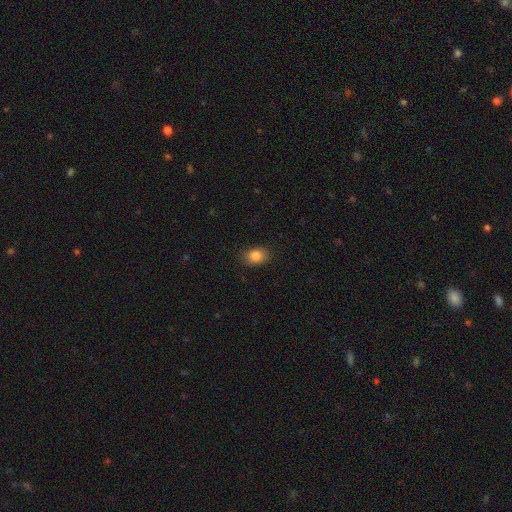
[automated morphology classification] Smooth or featured?
  - smooth: 84% *
  - star or artifact: 10%
  - featured or disk: 6%
How rounded?
  - in between: 68% *
  - round: 31%
  - cigar-shaped: 1%
Merging?
  - none: 86% *
  - minor disturbance: 11%
  - major disturbance: 3%
  - merger: 1%